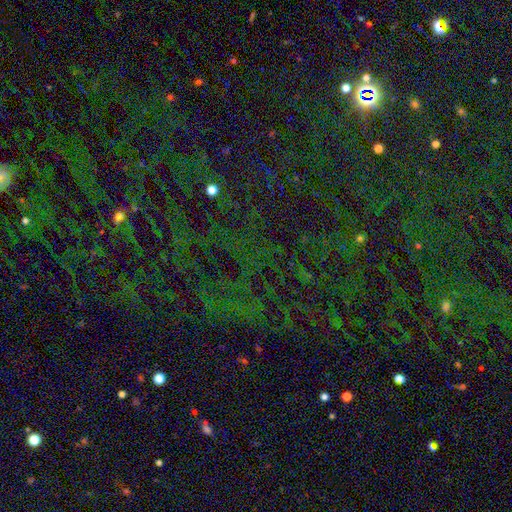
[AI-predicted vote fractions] Smooth or featured? Predicted: star or artifact (p=0.80).